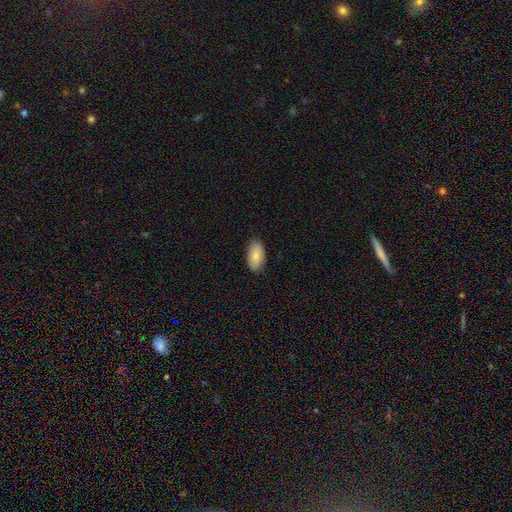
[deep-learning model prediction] Overall: smooth (84%). How rounded: in between (95%). Merging: none (85%).